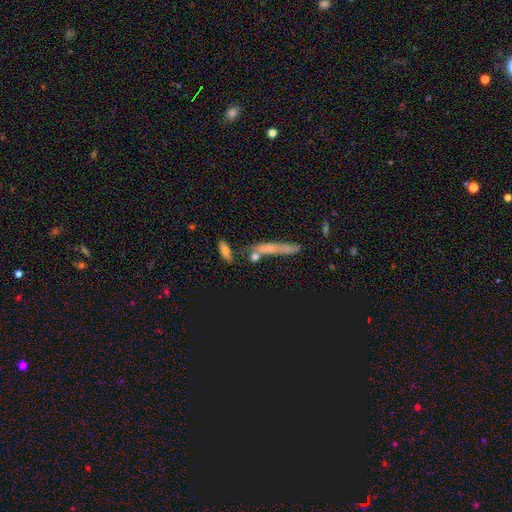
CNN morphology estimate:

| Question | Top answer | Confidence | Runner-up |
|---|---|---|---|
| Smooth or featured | smooth | 59% | featured or disk (21%) |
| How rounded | cigar-shaped | 65% | in between (19%) |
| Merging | none | 58% | merger (19%) |